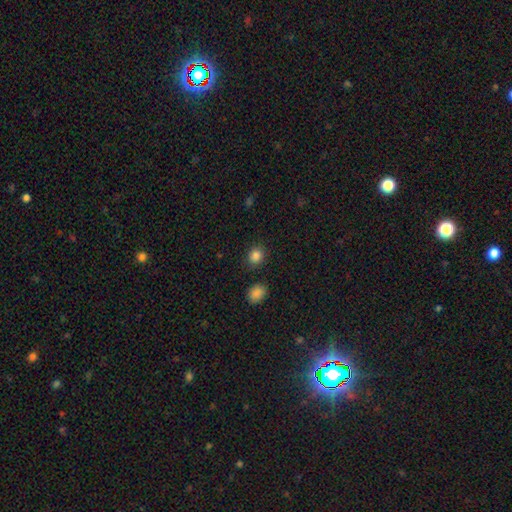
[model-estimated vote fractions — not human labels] Q: Smooth or featured?
A: smooth (85%); runner-up: star or artifact (11%)
Q: How rounded?
A: round (69%); runner-up: in between (30%)
Q: Merging?
A: none (85%); runner-up: minor disturbance (9%)